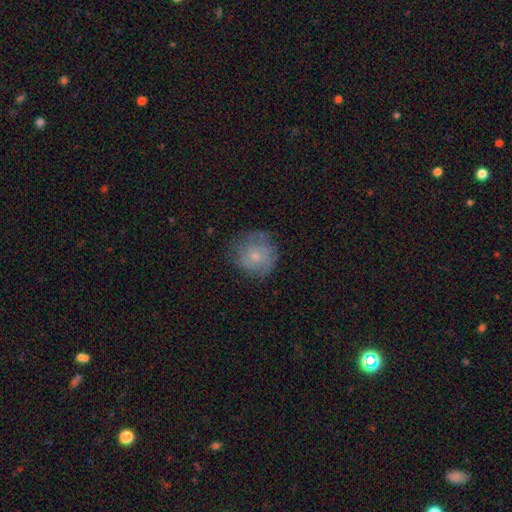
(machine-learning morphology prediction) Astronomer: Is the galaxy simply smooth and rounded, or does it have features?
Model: smooth — 56% (runner-up: featured or disk, 35%).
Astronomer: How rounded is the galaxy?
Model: round — 90%.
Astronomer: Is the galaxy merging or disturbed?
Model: none — 72%.